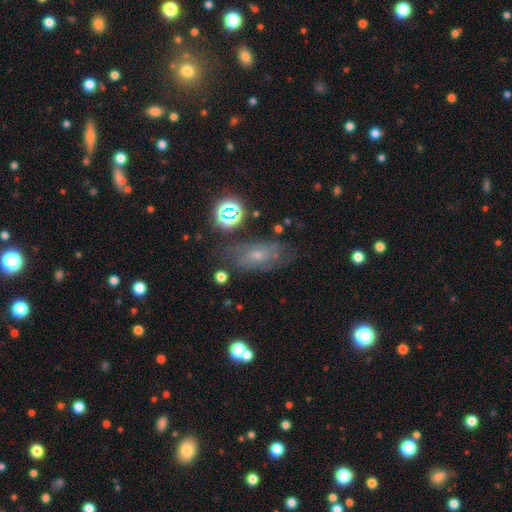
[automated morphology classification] This appears to be a featured or disk galaxy (42%). Merging: none (58%).